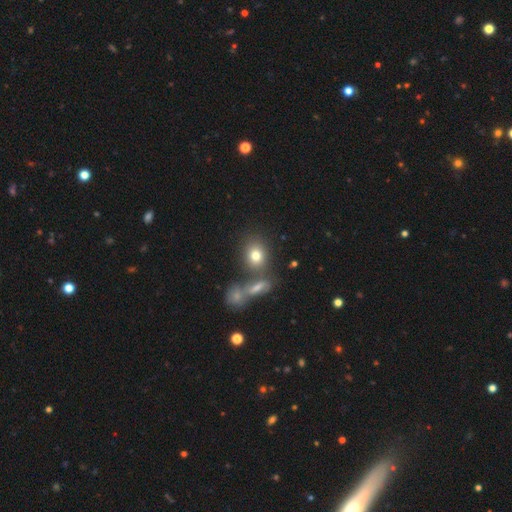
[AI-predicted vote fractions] Overall: smooth (75%). How rounded: round (52%; in between 45%). Merging: none (61%; merger 23%).